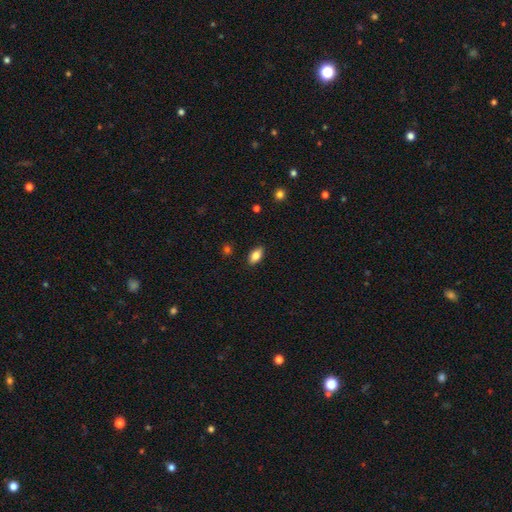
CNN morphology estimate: A smooth galaxy with no disk features (81%) that is in between round and cigar-shaped (90%).

Vote fractions:
- Smooth or featured? smooth: 81% / featured or disk: 11% / star or artifact: 8%
- How rounded? in between: 90% / cigar-shaped: 6% / round: 4%
- Merging? none: 88% / minor disturbance: 9% / major disturbance: 2% / merger: 1%